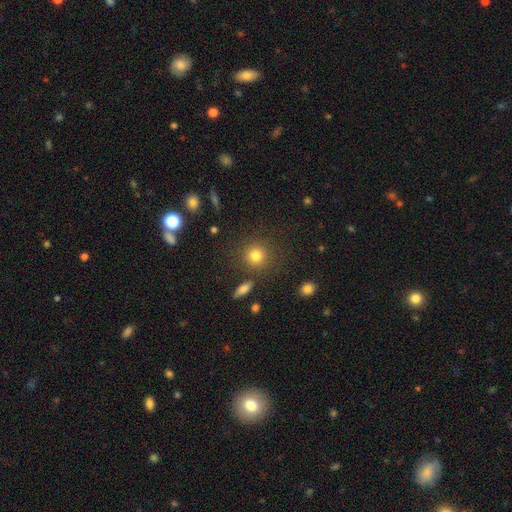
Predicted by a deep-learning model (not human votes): Q: Smooth or featured?
A: smooth (80%); runner-up: star or artifact (12%)
Q: How rounded?
A: round (90%); runner-up: in between (8%)
Q: Merging?
A: none (83%); runner-up: minor disturbance (8%)